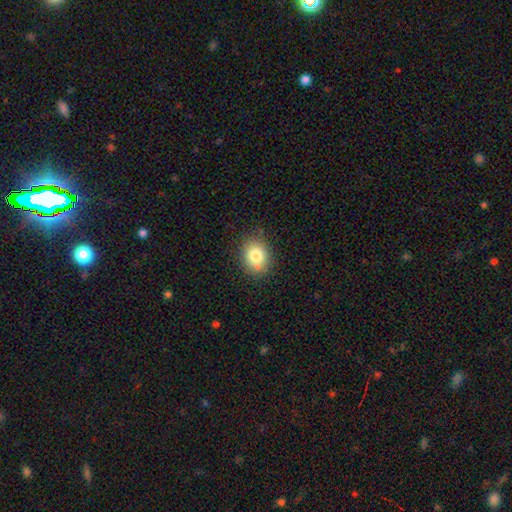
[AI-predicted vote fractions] Smooth or featured?
  - smooth: 81% *
  - star or artifact: 9%
  - featured or disk: 9%
How rounded?
  - in between: 51% *
  - round: 48%
  - cigar-shaped: 1%
Merging?
  - none: 80% *
  - minor disturbance: 15%
  - major disturbance: 3%
  - merger: 2%